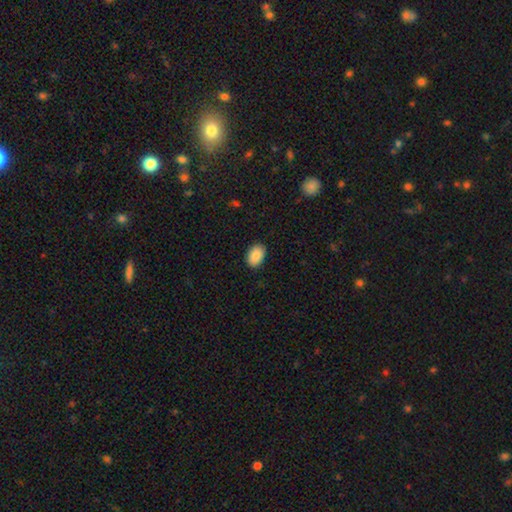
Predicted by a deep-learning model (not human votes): Overall: smooth (89%). How rounded: in between (88%). Merging: none (89%).